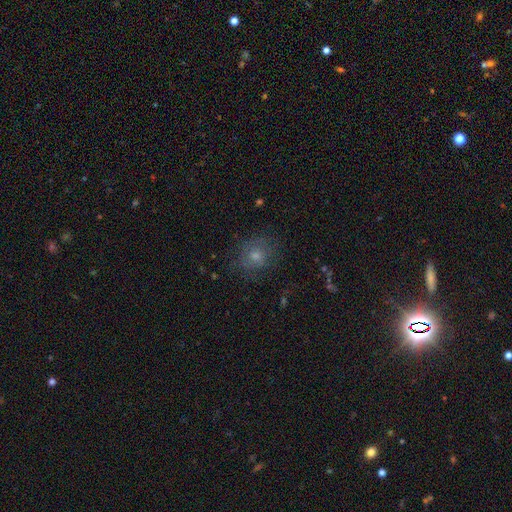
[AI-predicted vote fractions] The model was most divided on "smooth or featured": smooth: 64%, featured or disk: 21%, star or artifact: 15%. More confident: how rounded — round (77%); merging — none (73%).